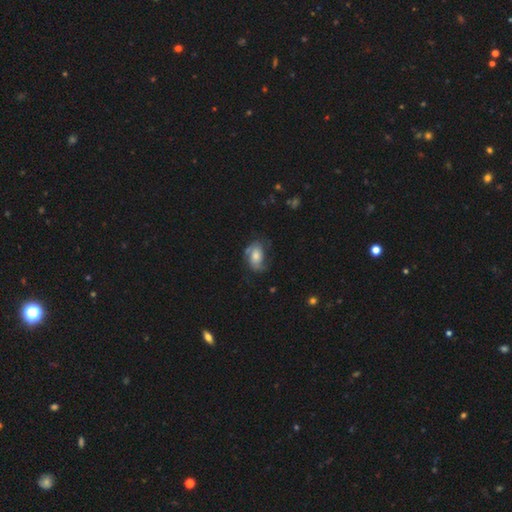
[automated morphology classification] Overall: featured or disk (56%; smooth 36%). Edge-on disk: no (97%). Bar: no (67%; weak 27%). Spiral arms: yes (86%). Bulge size: moderate (46%; large 25%). Merging: none (57%; minor disturbance 25%).